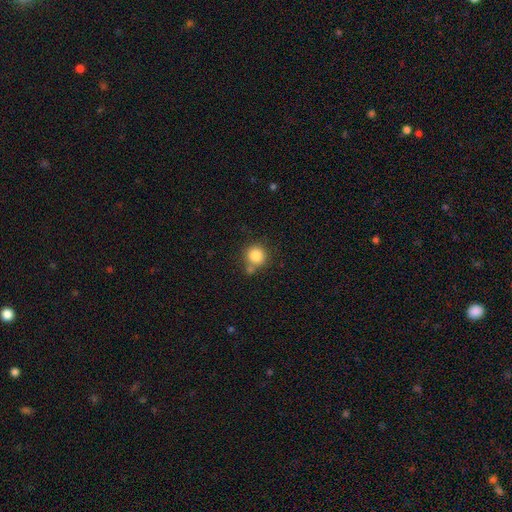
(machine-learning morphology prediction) A smooth galaxy with no disk features (84%) that is round (91%). Merging: none (65%).